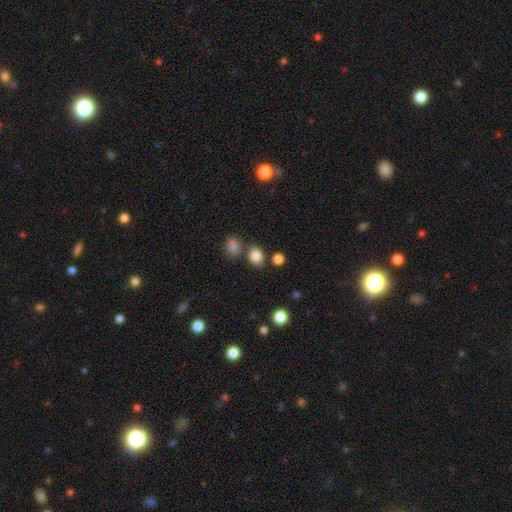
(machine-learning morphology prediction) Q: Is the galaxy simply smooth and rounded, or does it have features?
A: smooth — 83%.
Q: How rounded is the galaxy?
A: round — 60%.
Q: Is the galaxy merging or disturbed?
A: none — 70%.